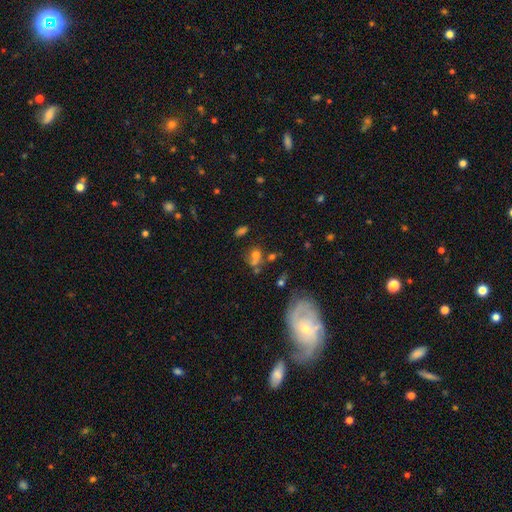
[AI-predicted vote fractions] The model was most divided on "how rounded": in between: 51%, round: 47%, cigar-shaped: 3%. Remaining: smooth or featured — smooth (57%); merging — none (41%).